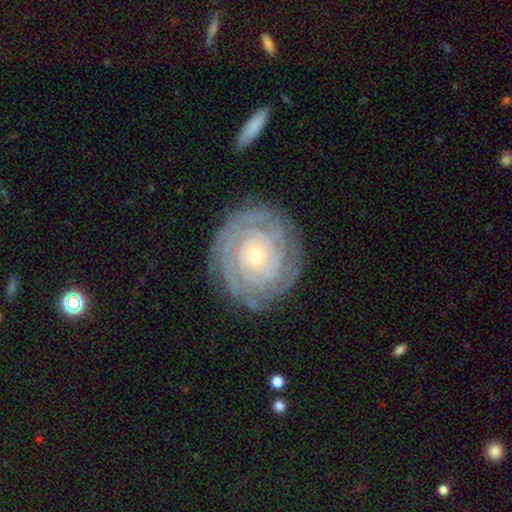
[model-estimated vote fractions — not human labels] Smooth or featured: featured or disk — 87% (smooth — 8%)
Edge-on disk: no — 97% (yes — 3%)
Bar: no — 80% (weak — 15%)
Spiral arms: yes — 96% (no — 4%)
Spiral winding: tight — 87% (medium — 11%)
Spiral arm count: can't tell — 30% (3 — 21%)
Bulge size: small — 54% (moderate — 43%)
Merging: none — 83% (minor disturbance — 12%)